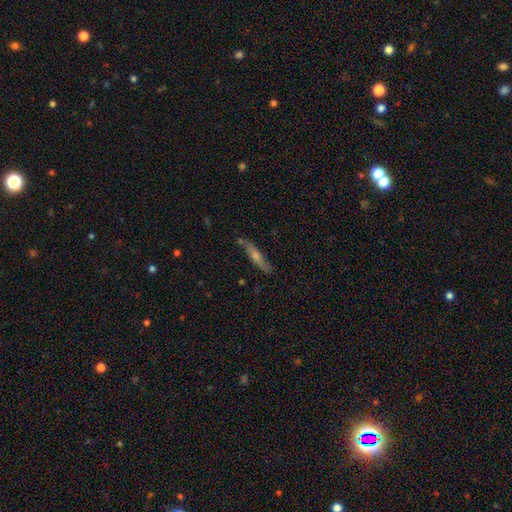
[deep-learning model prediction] Smooth or featured? featured or disk (62%)
Edge-on disk? yes (82%)
Edge-on bulge? rounded (81%)
Merging? none (79%)